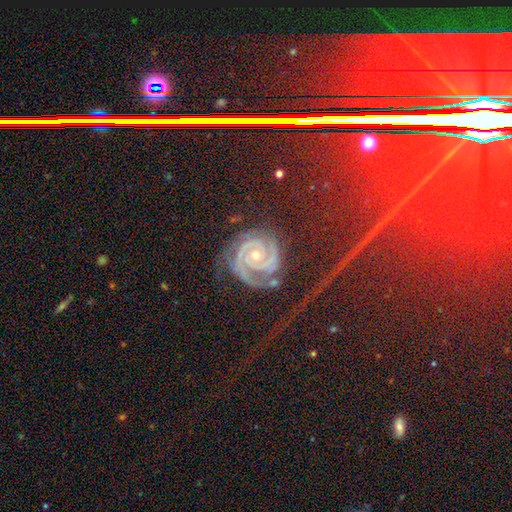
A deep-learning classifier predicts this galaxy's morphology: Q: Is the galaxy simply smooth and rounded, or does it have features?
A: featured or disk — 82%.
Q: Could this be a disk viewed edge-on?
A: no — 98%.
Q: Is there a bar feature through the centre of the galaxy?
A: no — 73%.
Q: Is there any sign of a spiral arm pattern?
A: yes — 98%.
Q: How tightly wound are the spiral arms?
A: tight — 76%.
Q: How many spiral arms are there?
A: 2 — 62%.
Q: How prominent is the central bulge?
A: small — 65%.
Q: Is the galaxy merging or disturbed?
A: none — 68%.